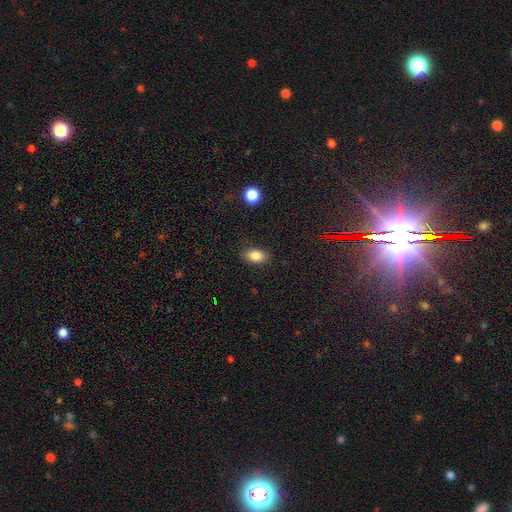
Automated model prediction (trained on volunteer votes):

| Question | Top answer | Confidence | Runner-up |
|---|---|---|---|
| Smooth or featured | smooth | 84% | star or artifact (9%) |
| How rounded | in between | 86% | round (11%) |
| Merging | none | 85% | minor disturbance (11%) |